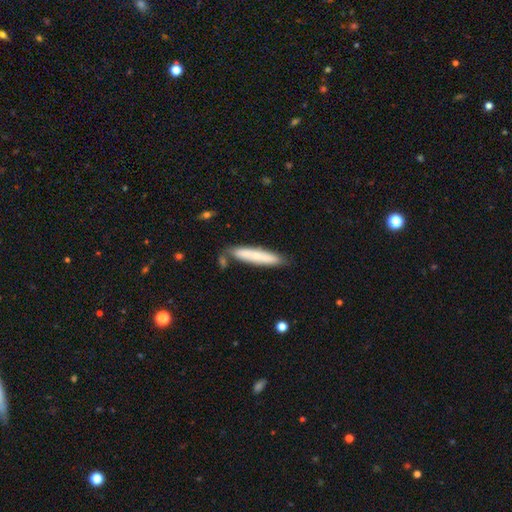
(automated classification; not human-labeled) Morphology: type=smooth (69%); roundness=cigar-shaped (86%); merging=none (70%).